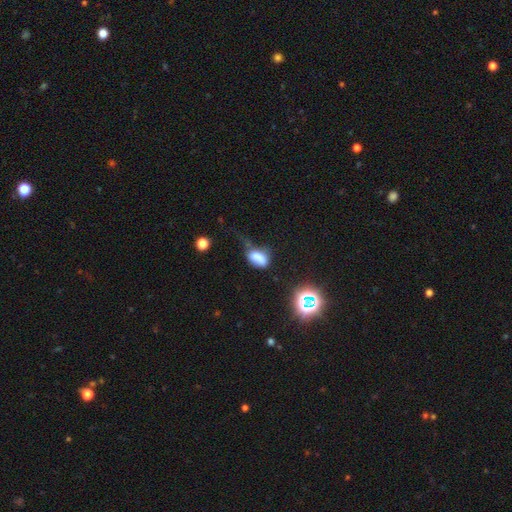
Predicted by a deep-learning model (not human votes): A smooth galaxy with no disk features (71%) that is in between round and cigar-shaped (83%). Merging: minor disturbance (33%).